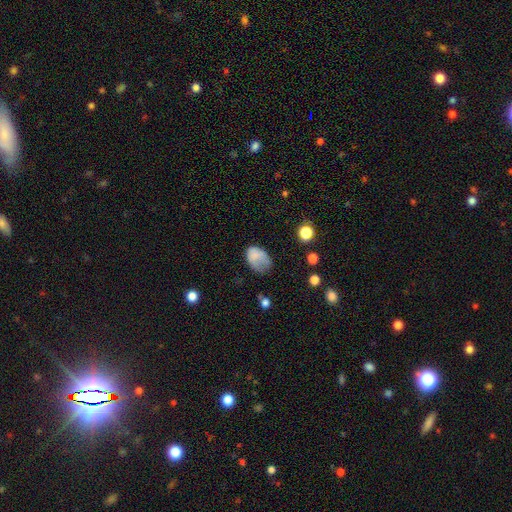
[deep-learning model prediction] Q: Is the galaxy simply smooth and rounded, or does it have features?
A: smooth — 75%.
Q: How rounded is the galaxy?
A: in between — 81%.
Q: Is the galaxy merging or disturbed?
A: none — 40%.